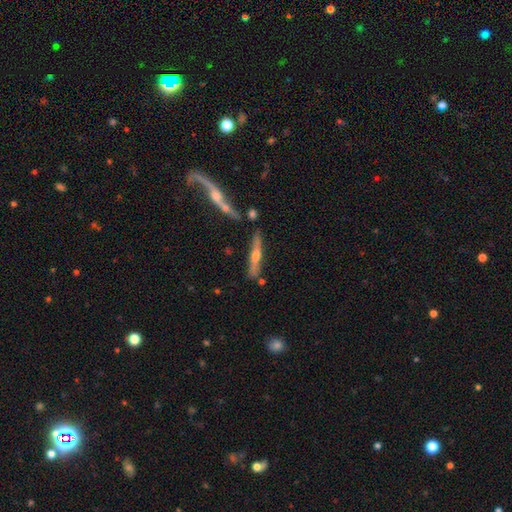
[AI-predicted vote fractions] Smooth or featured? featured or disk (65%)
Edge-on disk? yes (95%)
Edge-on bulge? rounded (87%)
Merging? none (77%)